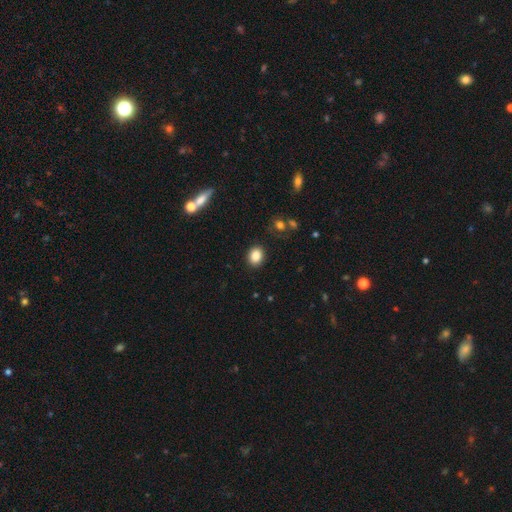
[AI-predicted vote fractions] This appears to be a smooth galaxy with no disk features (86%) that is in between round and cigar-shaped (58%). Merging: none (88%).